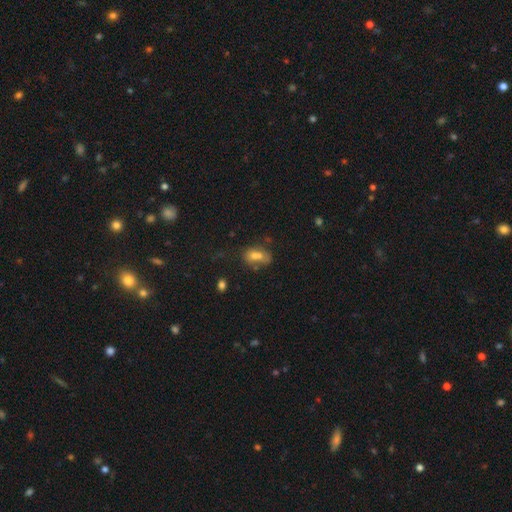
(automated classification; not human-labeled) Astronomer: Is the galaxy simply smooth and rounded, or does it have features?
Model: smooth — 65%.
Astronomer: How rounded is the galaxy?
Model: in between — 76%.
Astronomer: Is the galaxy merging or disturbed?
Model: none — 40% (runner-up: merger, 32%).